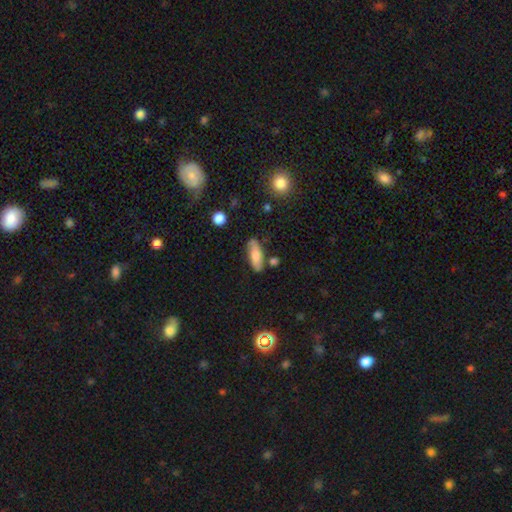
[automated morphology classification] type=smooth (68%); roundness=in between (68%); merging=none (70%).